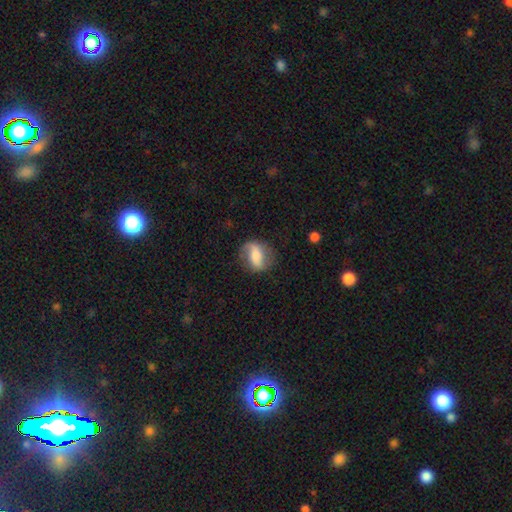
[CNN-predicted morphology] Overall: featured or disk (54%; smooth 39%). Edge-on disk: no (92%). Merging: none (75%).